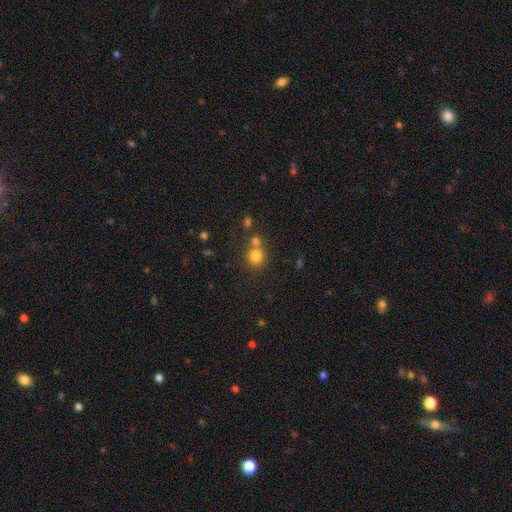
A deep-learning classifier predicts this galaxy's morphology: Smooth or featured: smooth — 79% (star or artifact — 13%)
How rounded: round — 87% (in between — 12%)
Merging: none — 55% (merger — 34%)